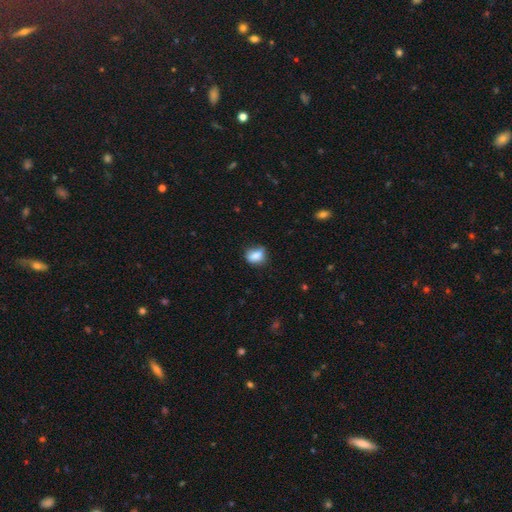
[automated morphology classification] smooth_or_featured: smooth (p=0.84) [alt: star or artifact p=0.09]
how_rounded: in between (p=0.62) [alt: round p=0.36]
merging: none (p=0.58) [alt: minor disturbance p=0.31]